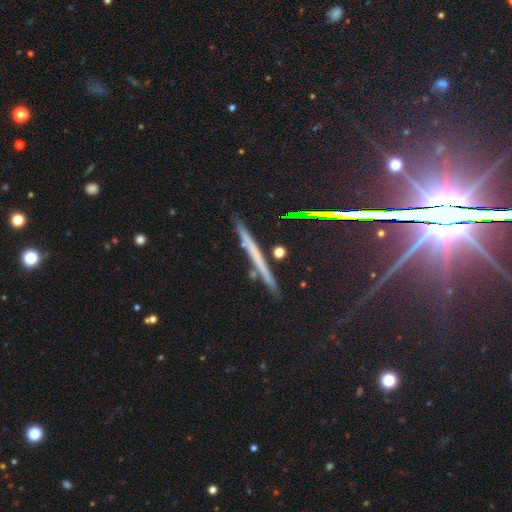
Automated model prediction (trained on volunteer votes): smooth-or-featured: featured or disk: 54% | smooth: 32% | star or artifact: 14%
  disk-edge-on: yes: 96% | no: 4%
    edge-on-bulge: none: 86% | rounded: 10% | boxy: 4%
  merging: none: 87% | minor disturbance: 10% | merger: 2% | major disturbance: 2%